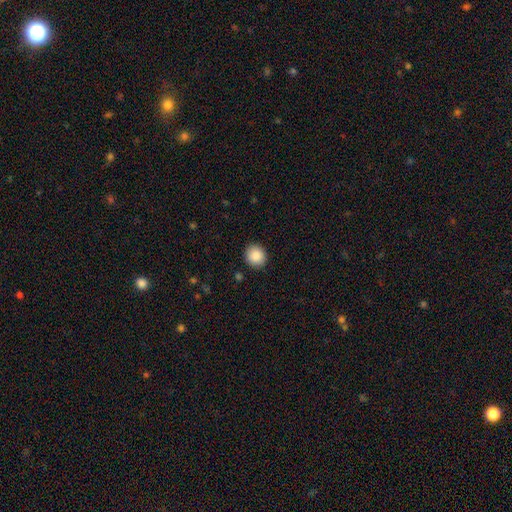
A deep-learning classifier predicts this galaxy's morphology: Overall: smooth (88%). How rounded: round (86%). Merging: none (91%).